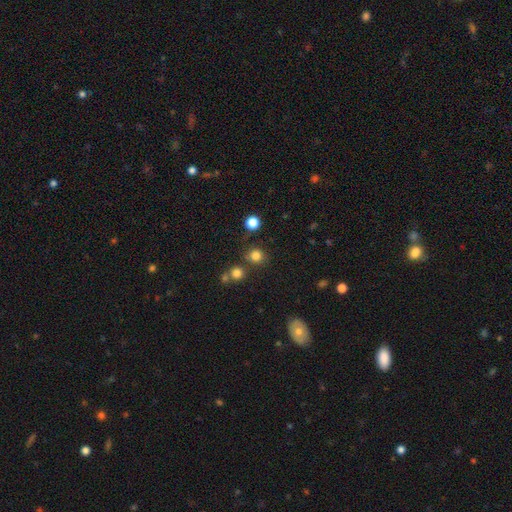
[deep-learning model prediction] A smooth galaxy with no disk features (79%) that is round (90%). Merging: none (77%).